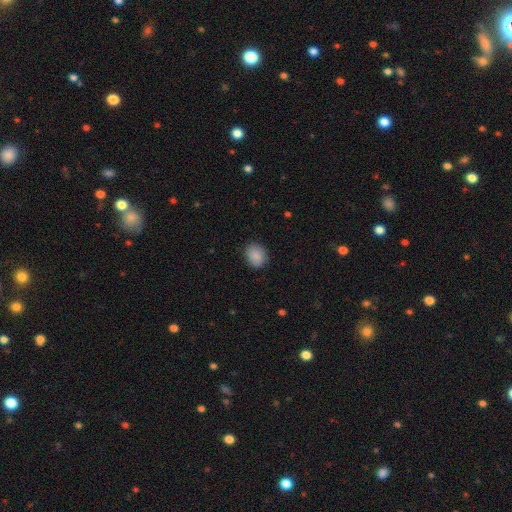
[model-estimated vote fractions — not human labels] Morphology: type=smooth (88%); roundness=round (56%); merging=none (85%).